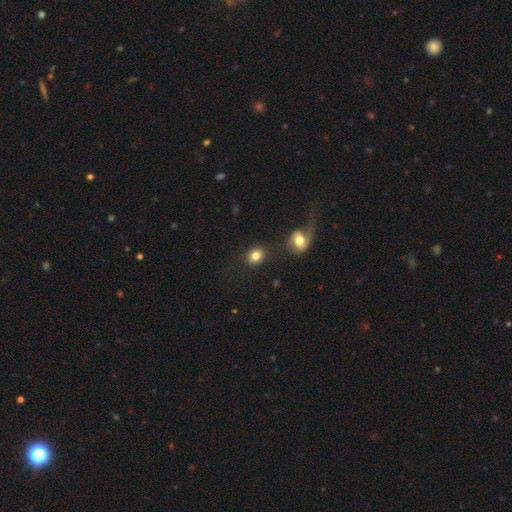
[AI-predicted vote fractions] Overall: smooth (83%). How rounded: round (69%; in between 30%). Merging: none (81%).